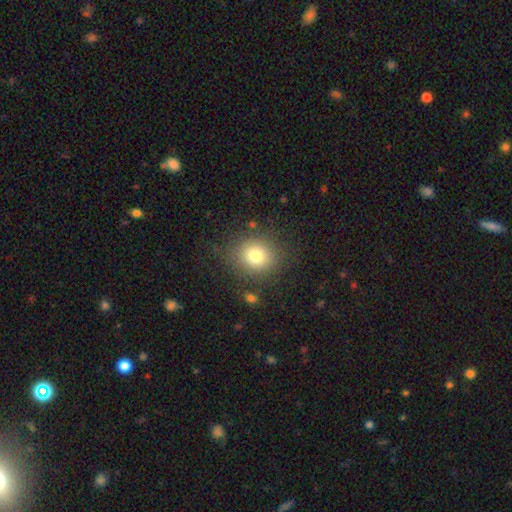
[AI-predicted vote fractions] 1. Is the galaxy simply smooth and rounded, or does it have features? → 77% smooth, 13% star or artifact, 10% featured or disk.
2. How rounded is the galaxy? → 81% round, 18% in between, 1% cigar-shaped.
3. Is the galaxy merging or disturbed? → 83% none, 10% minor disturbance, 5% major disturbance, 2% merger.